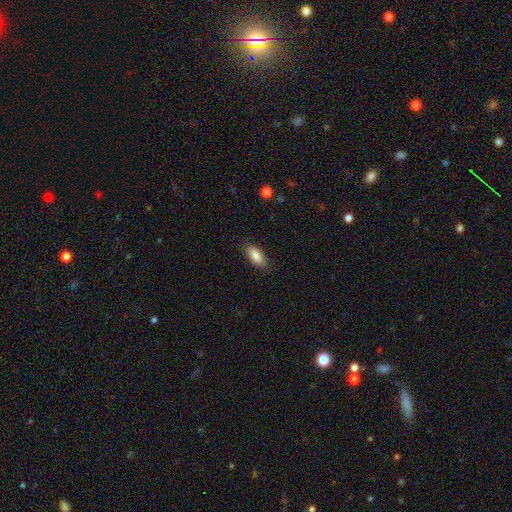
This appears to be a smooth galaxy with no disk features (87%) that is in between round and cigar-shaped (88%). Merging: none (94%).